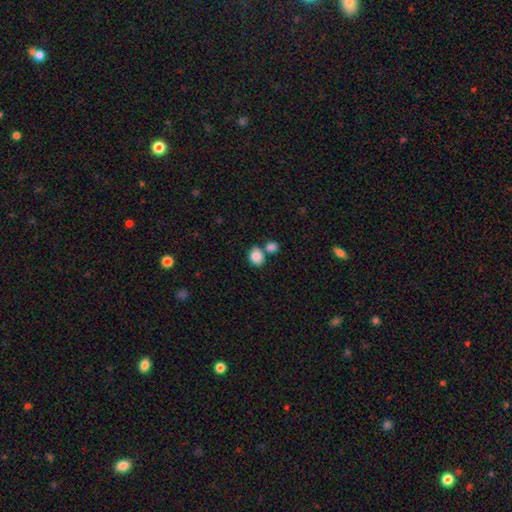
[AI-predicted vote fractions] Q: Smooth or featured?
A: smooth (86%); runner-up: star or artifact (8%)
Q: How rounded?
A: in between (51%); runner-up: round (48%)
Q: Merging?
A: none (54%); runner-up: merger (31%)